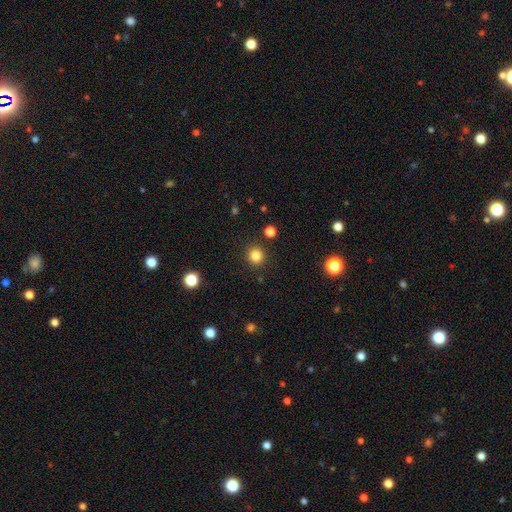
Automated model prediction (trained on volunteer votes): This is clearly a smooth galaxy (83%). How rounded: clearly round (94%). Merging: clearly none (91%).